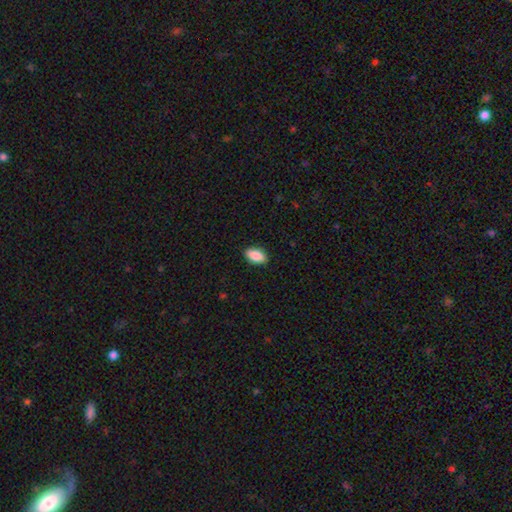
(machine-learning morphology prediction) The model was most divided on "smooth or featured": smooth: 88%, star or artifact: 7%, featured or disk: 5%. More confident: how rounded — in between (92%); merging — none (90%).